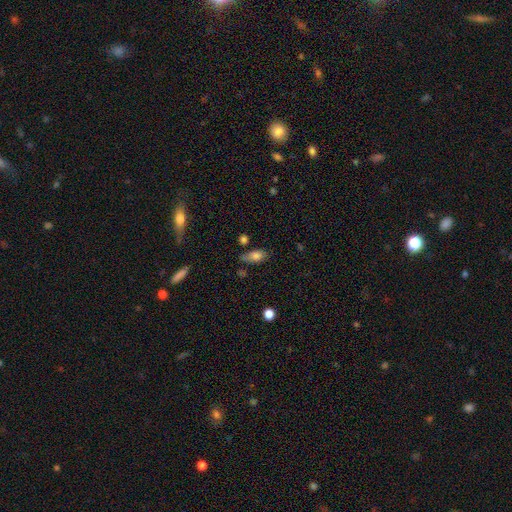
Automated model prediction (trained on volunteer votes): Morphology: type=smooth (77%); roundness=in between (85%); merging=none (57%).